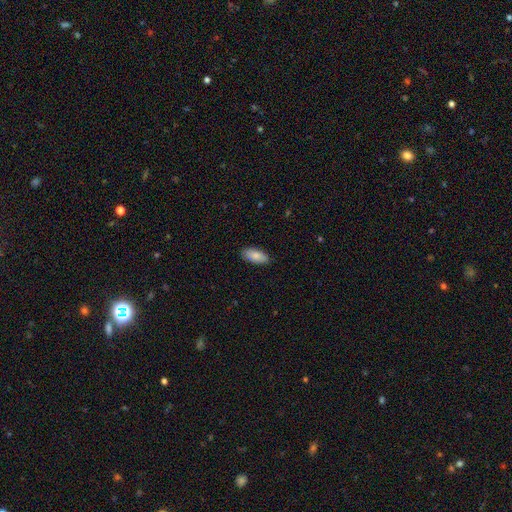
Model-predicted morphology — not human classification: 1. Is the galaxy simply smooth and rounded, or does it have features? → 86% smooth, 8% featured or disk, 6% star or artifact.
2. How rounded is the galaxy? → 87% in between, 11% cigar-shaped, 2% round.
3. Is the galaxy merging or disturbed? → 87% none, 10% minor disturbance, 2% major disturbance, 1% merger.